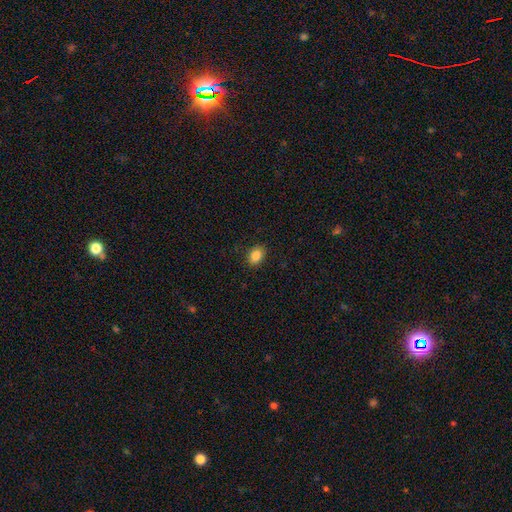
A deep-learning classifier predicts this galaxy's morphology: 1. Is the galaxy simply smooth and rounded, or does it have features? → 86% smooth, 9% star or artifact, 5% featured or disk.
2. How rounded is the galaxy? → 70% in between, 29% round, 1% cigar-shaped.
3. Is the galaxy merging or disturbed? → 89% none, 8% minor disturbance, 2% major disturbance, 1% merger.